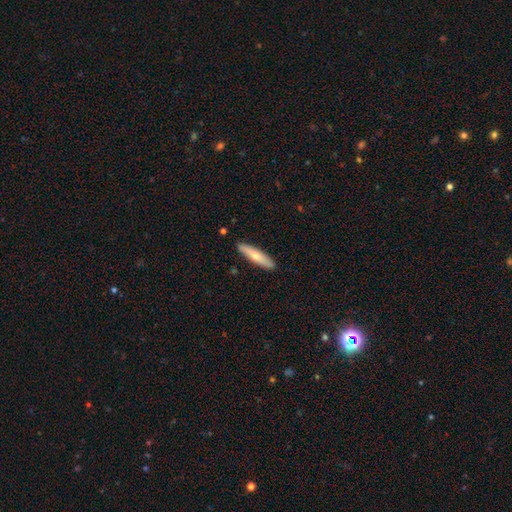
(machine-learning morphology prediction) The model was most divided on "smooth or featured": smooth: 71%, featured or disk: 23%, star or artifact: 5%. More confident: merging — none (88%); how rounded — cigar-shaped (85%).